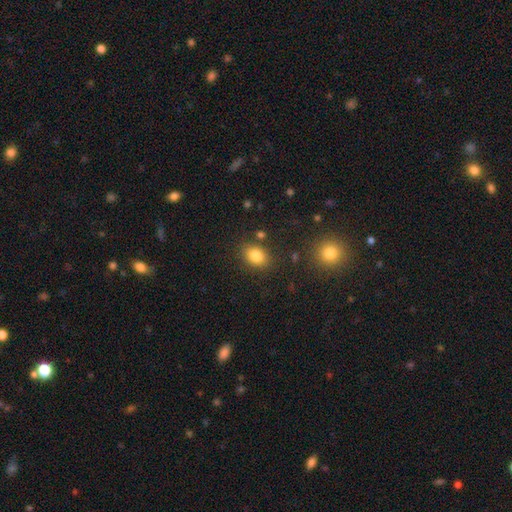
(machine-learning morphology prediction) smooth 82%, star or artifact 10%, featured or disk 7%. Down the decision tree: how rounded — in between (70%); merging — none (81%).